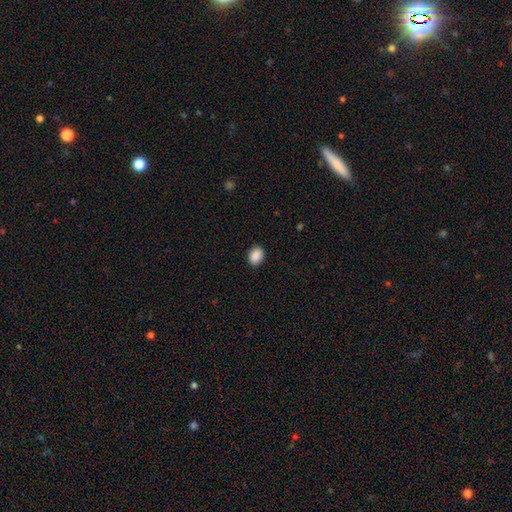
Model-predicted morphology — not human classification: A smooth galaxy with no disk features (90%) that is in between round and cigar-shaped (63%).

Vote fractions:
- Smooth or featured? smooth: 90% / star or artifact: 8% / featured or disk: 2%
- How rounded? in between: 63% / round: 36% / cigar-shaped: 1%
- Merging? none: 90% / minor disturbance: 7% / major disturbance: 2% / merger: 1%